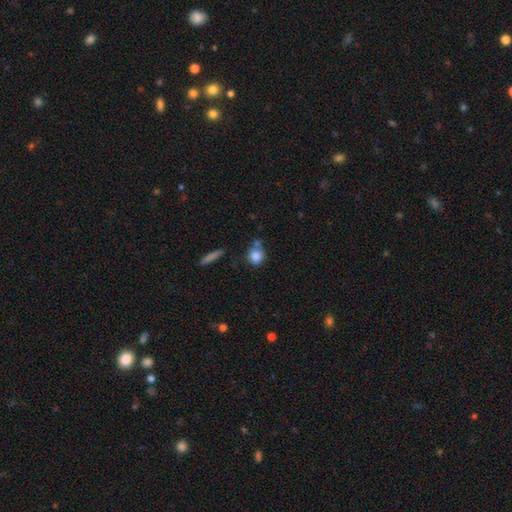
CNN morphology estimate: smooth 84%, star or artifact 9%, featured or disk 7%. Down the decision tree: how rounded — round (74%); merging — none (58%).